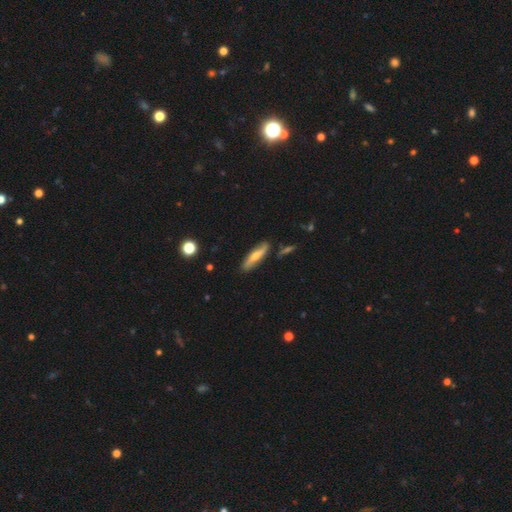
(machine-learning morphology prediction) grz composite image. It shows a smooth galaxy with no disk features (50%) that is cigar-shaped (73%). Merging: none (81%).